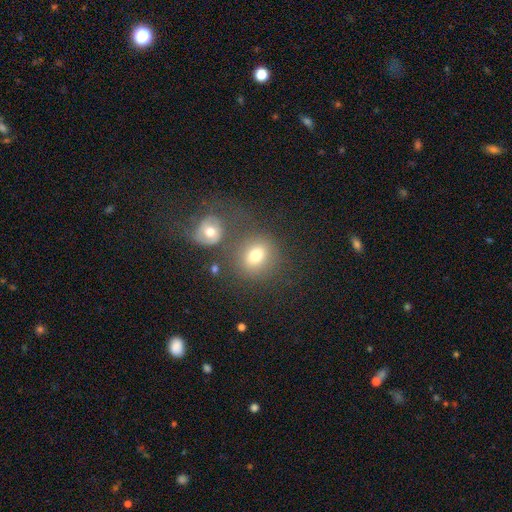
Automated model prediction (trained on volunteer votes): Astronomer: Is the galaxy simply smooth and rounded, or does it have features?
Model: smooth — 73%.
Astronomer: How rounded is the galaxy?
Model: round — 74%.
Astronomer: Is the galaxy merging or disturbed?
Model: none — 61%.